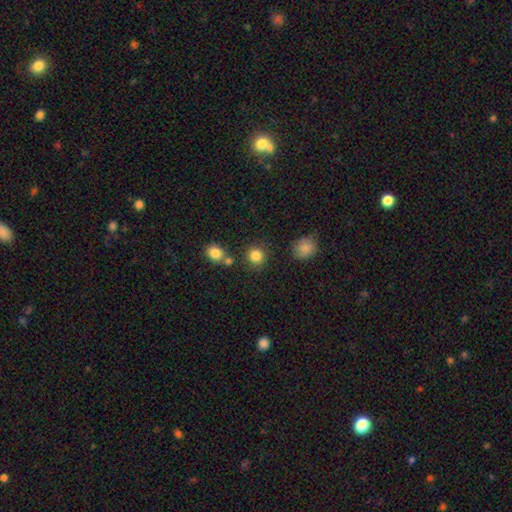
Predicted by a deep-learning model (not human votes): A smooth galaxy with no disk features (84%) that is round (91%).

Vote fractions:
- Smooth or featured? smooth: 84% / star or artifact: 11% / featured or disk: 4%
- How rounded? round: 91% / in between: 8% / cigar-shaped: 1%
- Merging? none: 80% / minor disturbance: 9% / merger: 8% / major disturbance: 3%